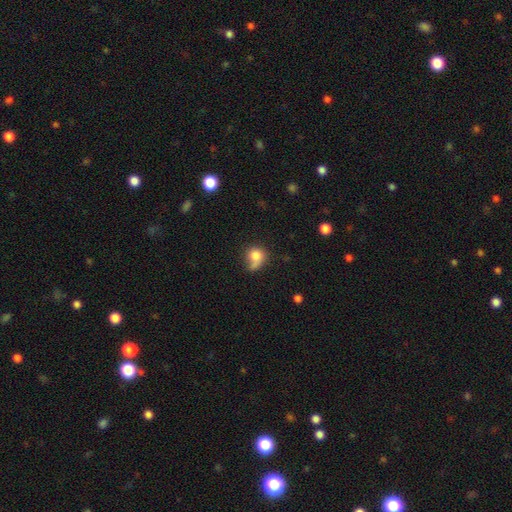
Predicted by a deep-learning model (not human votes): This appears to be a smooth galaxy with no disk features (79%) that is round (75%). Merging: none (39%).